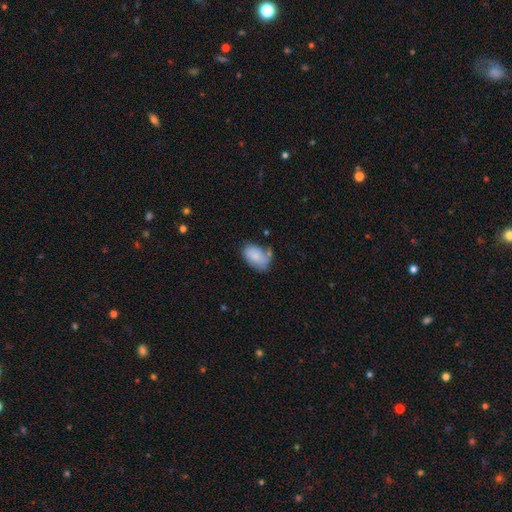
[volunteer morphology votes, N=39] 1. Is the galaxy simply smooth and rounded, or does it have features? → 69% smooth, 26% featured or disk, 5% star or artifact.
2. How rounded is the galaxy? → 93% in between, 7% round, 0% cigar-shaped.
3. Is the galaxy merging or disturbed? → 46% none, 38% minor disturbance, 8% major disturbance, 8% merger.